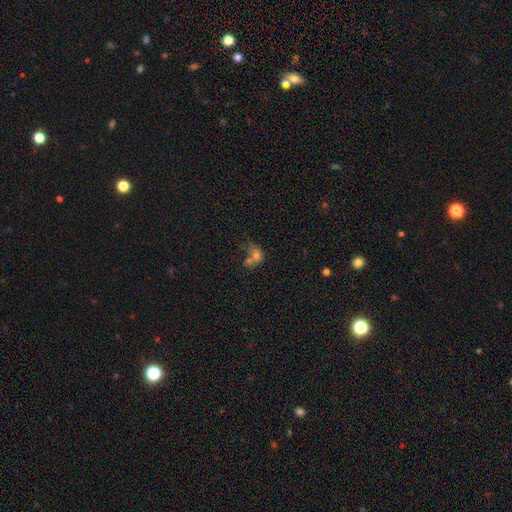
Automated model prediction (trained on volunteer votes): smooth_or_featured: smooth (p=0.63) [alt: featured or disk p=0.21]
how_rounded: in between (p=0.51) [alt: round p=0.47]
merging: merger (p=0.52) [alt: none p=0.21]